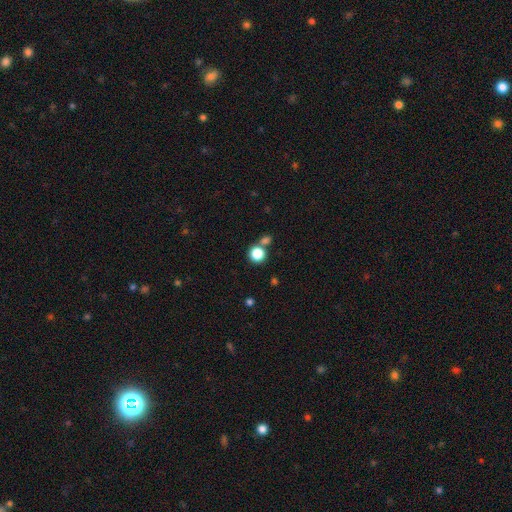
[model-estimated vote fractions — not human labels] Smooth or featured? smooth (76%)
How rounded? round (91%)
Merging? none (72%)